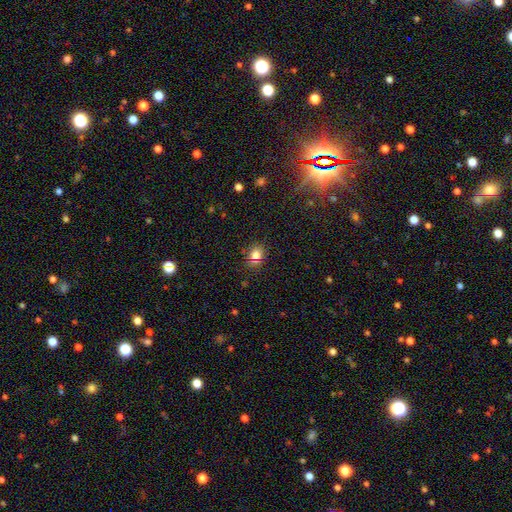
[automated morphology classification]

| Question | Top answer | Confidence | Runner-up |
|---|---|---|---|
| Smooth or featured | smooth | 74% | star or artifact (20%) |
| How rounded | round | 61% | in between (37%) |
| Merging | none | 80% | minor disturbance (12%) |